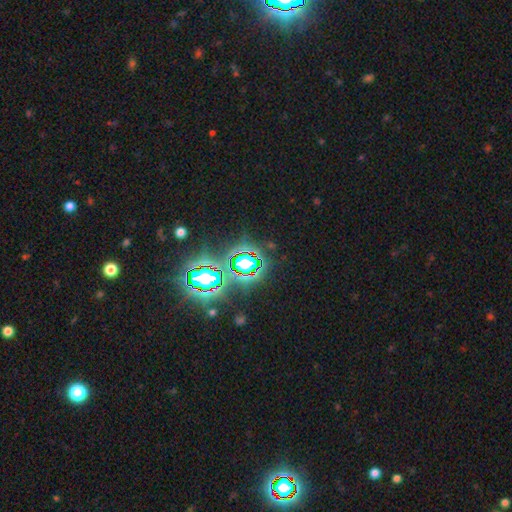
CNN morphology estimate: This is clearly a star or artifact rather than a galaxy (83%).